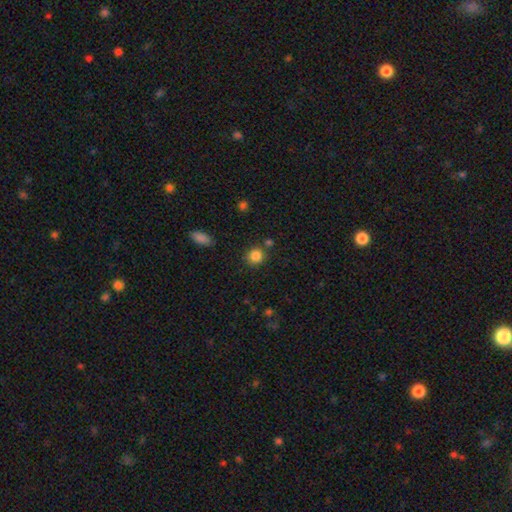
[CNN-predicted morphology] Smooth or featured: smooth — 86% (star or artifact — 10%)
How rounded: round — 84% (in between — 15%)
Merging: none — 78% (minor disturbance — 10%)